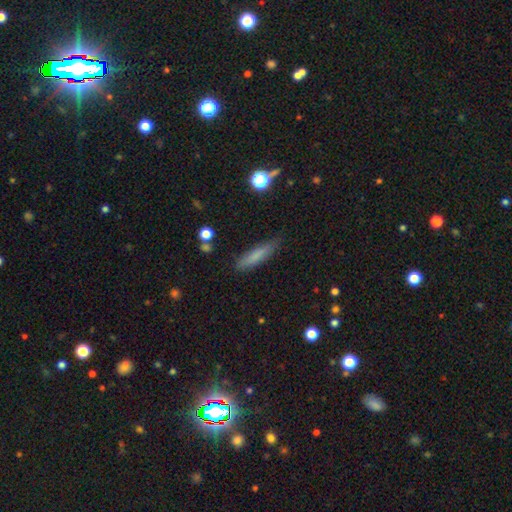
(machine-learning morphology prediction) Smooth or featured? smooth (76%)
How rounded? cigar-shaped (82%)
Merging? none (79%)